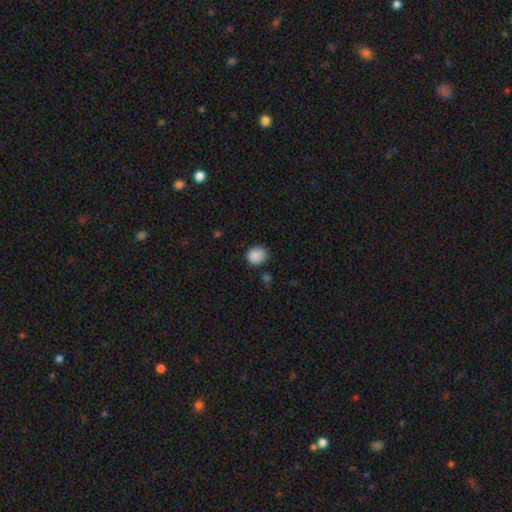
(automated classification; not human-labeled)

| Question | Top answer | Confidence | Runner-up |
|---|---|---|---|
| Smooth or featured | smooth | 88% | star or artifact (9%) |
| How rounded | round | 73% | in between (26%) |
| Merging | none | 78% | minor disturbance (16%) |